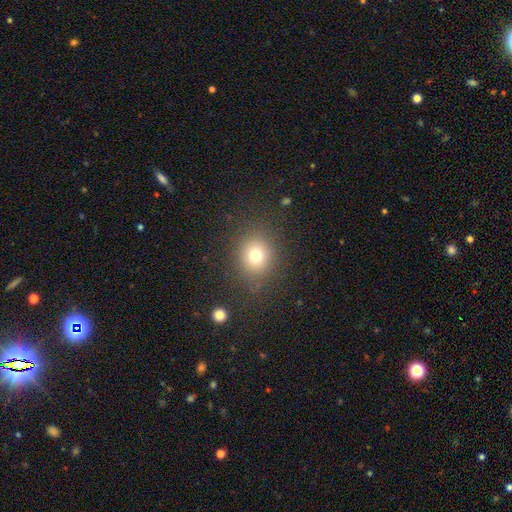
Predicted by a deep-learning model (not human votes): Smooth or featured?
  - smooth: 75% *
  - star or artifact: 15%
  - featured or disk: 10%
How rounded?
  - round: 74% *
  - in between: 25%
  - cigar-shaped: 1%
Merging?
  - none: 83% *
  - minor disturbance: 10%
  - major disturbance: 5%
  - merger: 2%